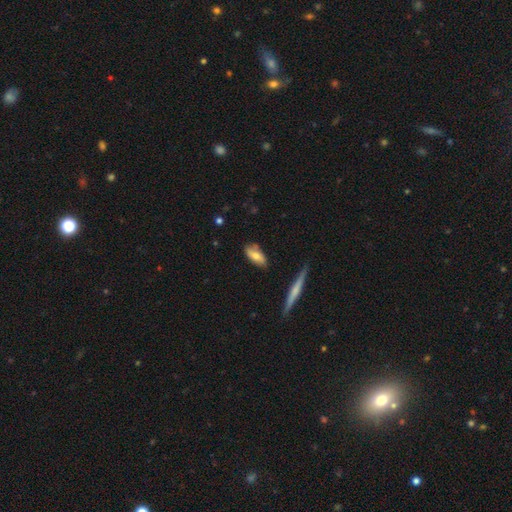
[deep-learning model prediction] Q: Smooth or featured?
A: smooth (65%); runner-up: featured or disk (29%)
Q: How rounded?
A: in between (80%); runner-up: cigar-shaped (17%)
Q: Merging?
A: none (73%); runner-up: minor disturbance (20%)